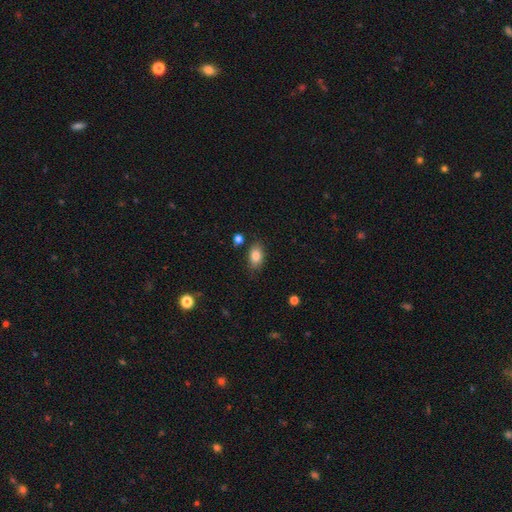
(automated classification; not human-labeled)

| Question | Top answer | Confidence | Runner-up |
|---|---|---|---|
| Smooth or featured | smooth | 83% | star or artifact (9%) |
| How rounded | in between | 87% | round (11%) |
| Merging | none | 80% | minor disturbance (14%) |